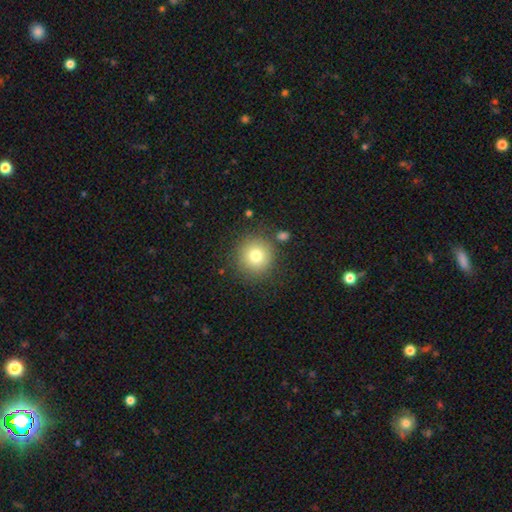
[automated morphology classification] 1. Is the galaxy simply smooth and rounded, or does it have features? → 77% smooth, 12% star or artifact, 11% featured or disk.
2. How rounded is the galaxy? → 95% round, 4% in between, 1% cigar-shaped.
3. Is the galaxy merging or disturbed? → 84% none, 9% minor disturbance, 4% merger, 3% major disturbance.